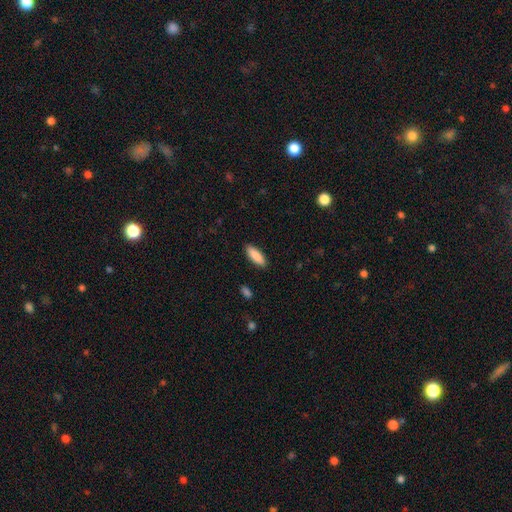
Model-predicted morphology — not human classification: The model was most divided on "how rounded": in between: 58%, cigar-shaped: 41%, round: 2%. More confident: merging — none (90%); smooth or featured — smooth (89%).